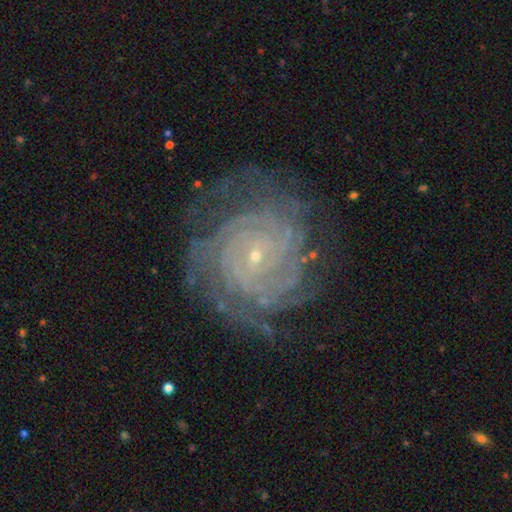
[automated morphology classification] This is clearly a featured or disk galaxy (87%). It is clearly not viewed edge-on (97%). Bar: likely no (72%). Spiral arm pattern: clearly yes (97%). Spiral arm count: marginally can't tell (27%). Spiral winding: clearly tight (83%). Central bulge: clearly small (89%). Merging: likely none (76%).